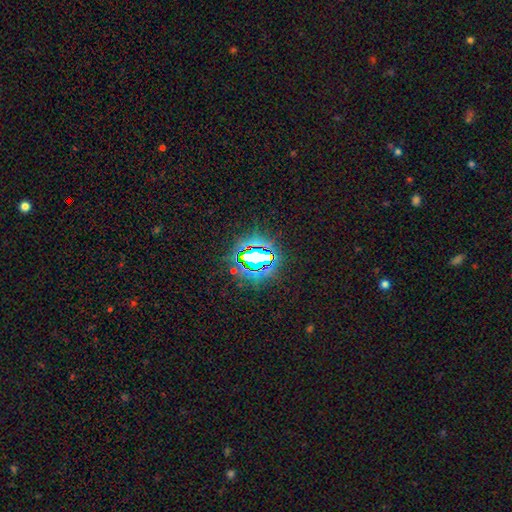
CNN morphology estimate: star or artifact 81%, smooth 11%, featured or disk 7%.